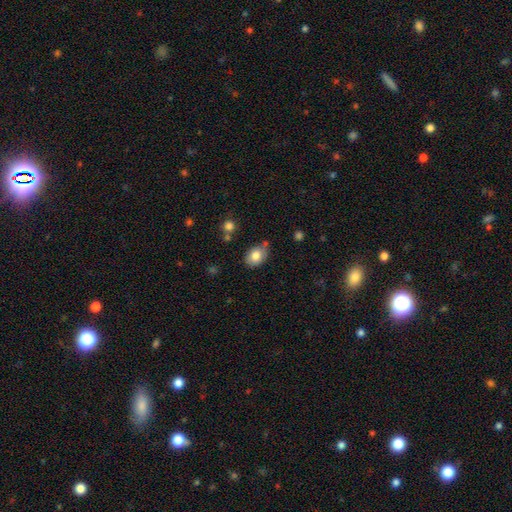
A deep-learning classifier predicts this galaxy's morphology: Smooth or featured?
  - smooth: 80% *
  - featured or disk: 11%
  - star or artifact: 9%
How rounded?
  - in between: 67% *
  - round: 32%
  - cigar-shaped: 1%
Merging?
  - none: 69% *
  - minor disturbance: 21%
  - merger: 6%
  - major disturbance: 4%